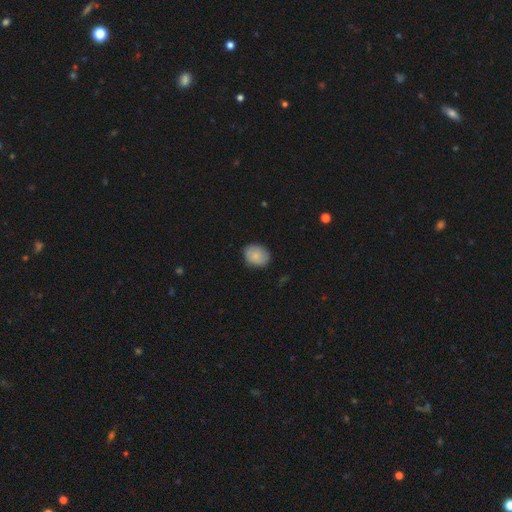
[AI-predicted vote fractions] This appears to be a smooth galaxy with no disk features (82%) that is in between round and cigar-shaped (52%). Merging: none (82%).